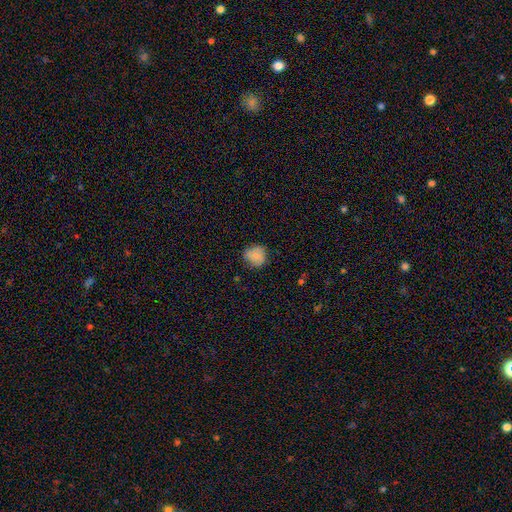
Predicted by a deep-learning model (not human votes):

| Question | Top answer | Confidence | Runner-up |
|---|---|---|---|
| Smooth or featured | smooth | 80% | featured or disk (11%) |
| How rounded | round | 85% | in between (14%) |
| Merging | none | 76% | minor disturbance (19%) |